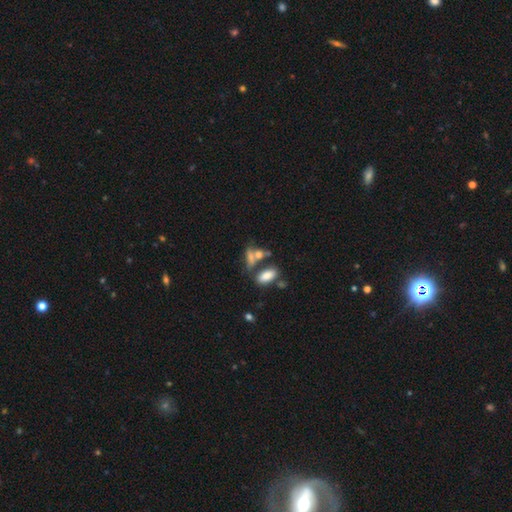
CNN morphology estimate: smooth_or_featured: smooth (p=0.67) [alt: featured or disk p=0.20]
how_rounded: in between (p=0.68) [alt: cigar-shaped p=0.20]
merging: none (p=0.43) [alt: merger p=0.35]